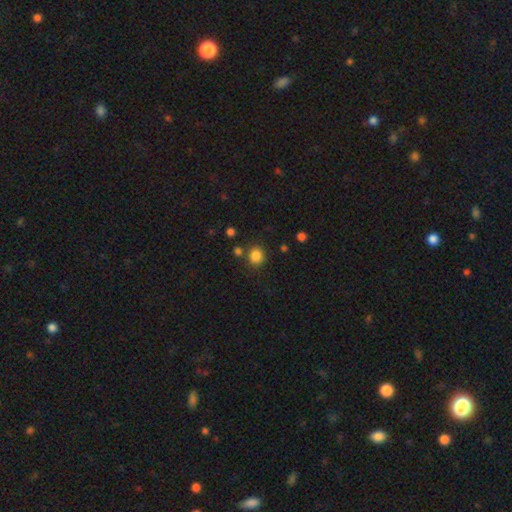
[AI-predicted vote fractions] smooth-or-featured: smooth: 84% | star or artifact: 12% | featured or disk: 4%
  how-rounded: round: 84% | in between: 15% | cigar-shaped: 1%
  merging: none: 80% | minor disturbance: 9% | merger: 7% | major disturbance: 3%